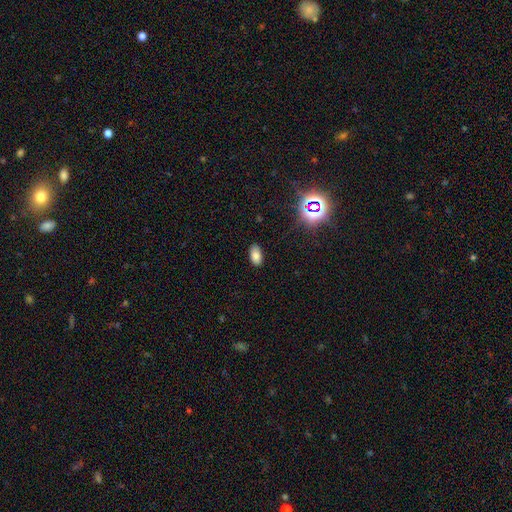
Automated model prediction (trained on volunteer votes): A smooth galaxy with no disk features (79%) that is in between round and cigar-shaped (93%).

Vote fractions:
- Smooth or featured? smooth: 79% / star or artifact: 13% / featured or disk: 8%
- How rounded? in between: 93% / round: 4% / cigar-shaped: 3%
- Merging? none: 87% / minor disturbance: 10% / major disturbance: 2% / merger: 1%